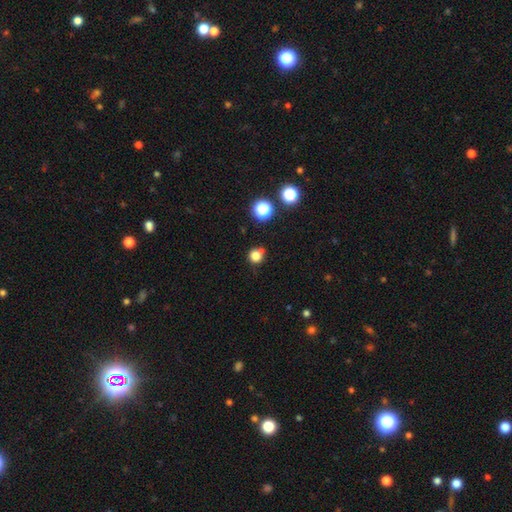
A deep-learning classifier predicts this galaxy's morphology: A smooth galaxy with no disk features (79%) that is round (88%). Merging: none (65%).